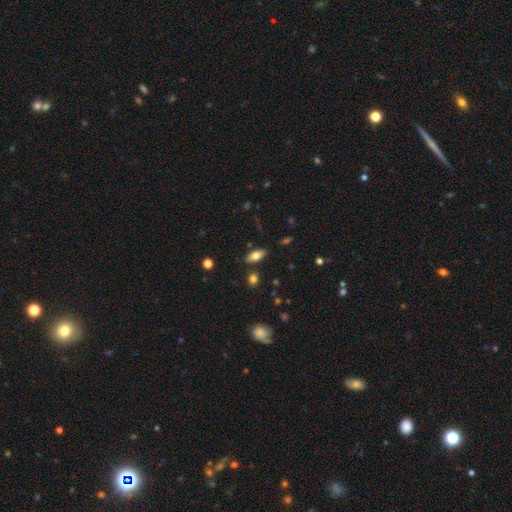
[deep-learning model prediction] smooth_or_featured: smooth (p=0.74) [alt: featured or disk p=0.18]
how_rounded: in between (p=0.86) [alt: cigar-shaped p=0.11]
merging: none (p=0.84) [alt: minor disturbance p=0.10]